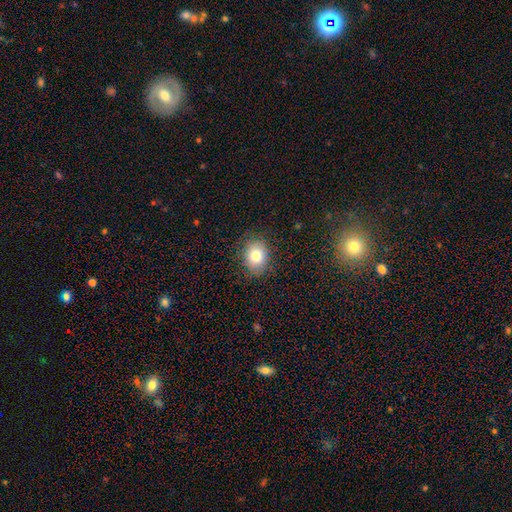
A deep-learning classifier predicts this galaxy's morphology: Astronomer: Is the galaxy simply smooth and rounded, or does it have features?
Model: smooth — 80%.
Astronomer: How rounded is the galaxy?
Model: round — 52% (runner-up: in between, 48%).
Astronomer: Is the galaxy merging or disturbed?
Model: none — 84%.